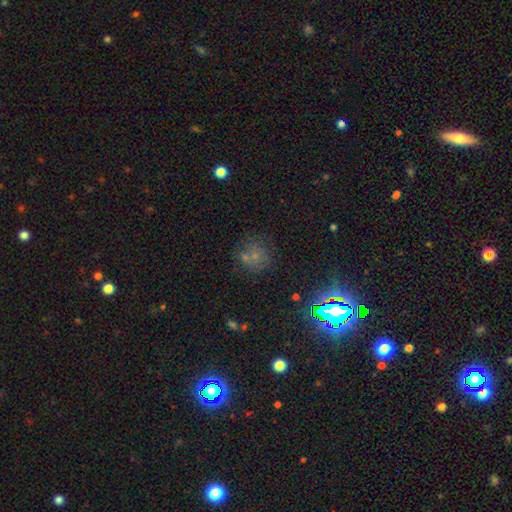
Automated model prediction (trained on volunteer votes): Smooth or featured?
  - smooth: 46% *
  - star or artifact: 39%
  - featured or disk: 15%
Merging?
  - none: 63% *
  - merger: 16%
  - minor disturbance: 13%
  - major disturbance: 7%